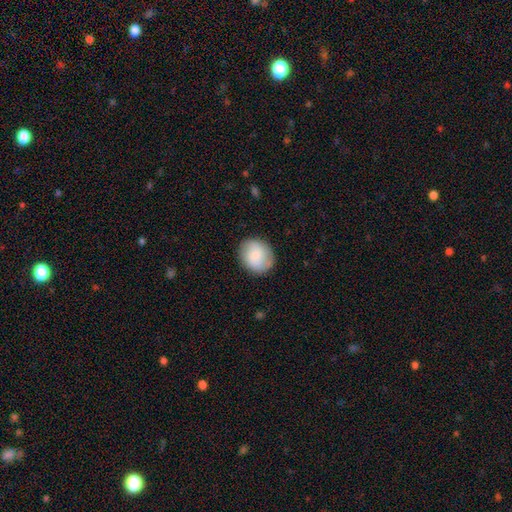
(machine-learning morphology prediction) A smooth galaxy with no disk features (71%) that is round (70%).

Vote fractions:
- Smooth or featured? smooth: 71% / featured or disk: 22% / star or artifact: 7%
- How rounded? round: 70% / in between: 29% / cigar-shaped: 1%
- Merging? none: 84% / minor disturbance: 11% / major disturbance: 3% / merger: 1%